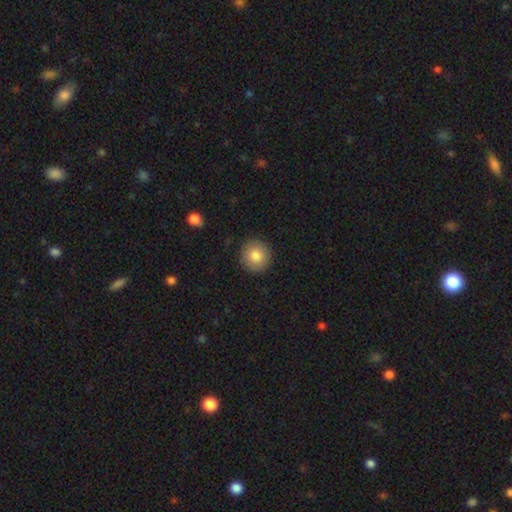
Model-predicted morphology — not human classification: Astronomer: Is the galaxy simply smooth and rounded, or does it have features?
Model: smooth — 84%.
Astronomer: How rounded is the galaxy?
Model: round — 93%.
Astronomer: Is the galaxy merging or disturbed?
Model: none — 90%.